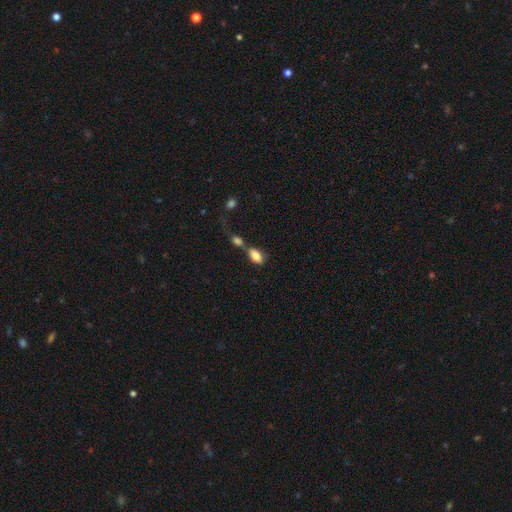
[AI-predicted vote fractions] Smooth or featured: smooth — 83% (featured or disk — 10%)
How rounded: in between — 91% (round — 5%)
Merging: merger — 54% (none — 29%)